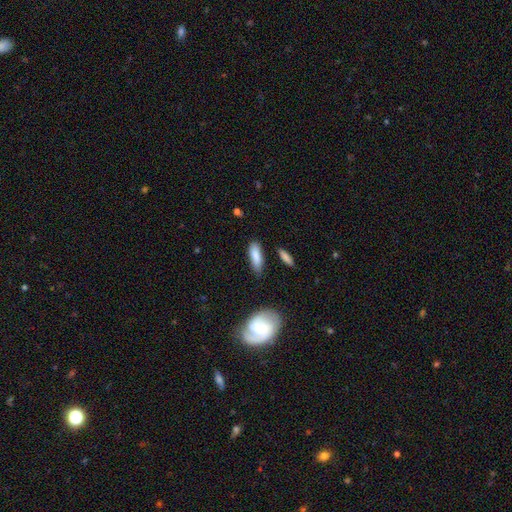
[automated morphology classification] Smooth or featured: smooth — 84% (featured or disk — 10%)
How rounded: in between — 57% (cigar-shaped — 41%)
Merging: none — 72% (minor disturbance — 20%)